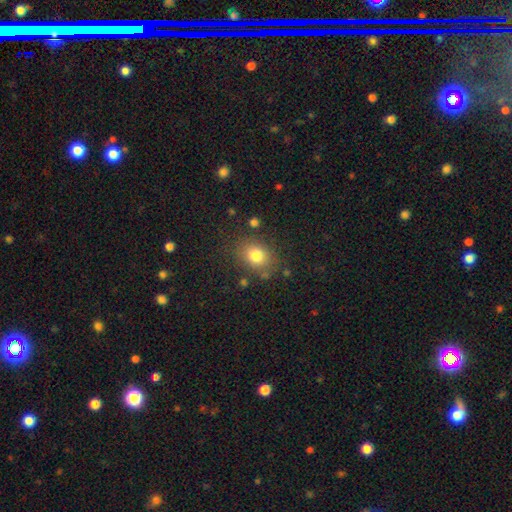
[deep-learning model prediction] Smooth or featured? Predicted: smooth (p=0.80). How rounded? Predicted: round (p=0.50). Merging? Predicted: none (p=0.79).